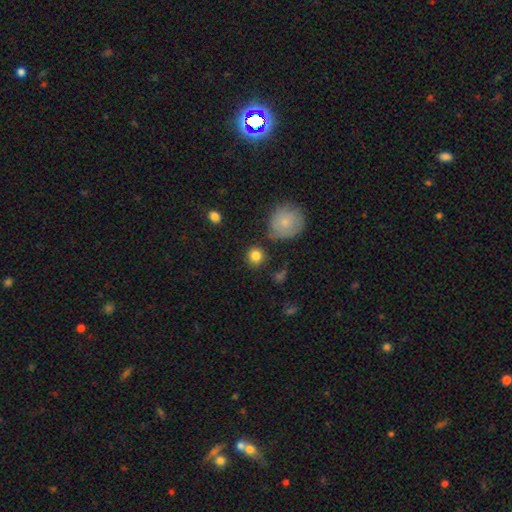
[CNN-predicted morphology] A smooth galaxy with no disk features (84%) that is round (92%).

Vote fractions:
- Smooth or featured? smooth: 84% / star or artifact: 10% / featured or disk: 6%
- How rounded? round: 92% / in between: 7% / cigar-shaped: 1%
- Merging? none: 82% / minor disturbance: 10% / merger: 5% / major disturbance: 3%